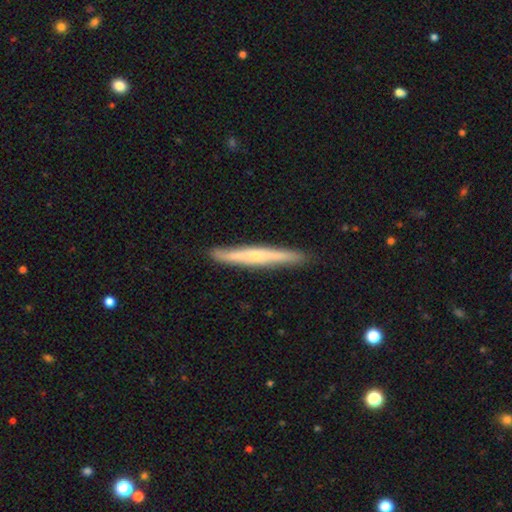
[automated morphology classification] featured or disk 60%, smooth 35%, star or artifact 6%. Down the decision tree: edge-on disk — yes (94%); edge-on bulge — rounded (64%); merging — none (89%).